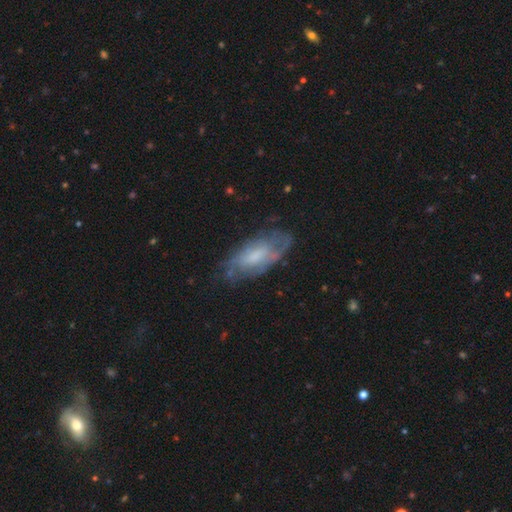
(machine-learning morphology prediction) smooth_or_featured: featured or disk (p=0.61) [alt: smooth p=0.32]
disk_edge_on: no (p=0.88) [alt: yes p=0.12]
bar: no (p=0.51) [alt: weak p=0.39]
has_spiral_arms: yes (p=0.76) [alt: no p=0.24]
bulge_size: moderate (p=0.37) [alt: small p=0.31]
merging: none (p=0.64) [alt: minor disturbance p=0.24]